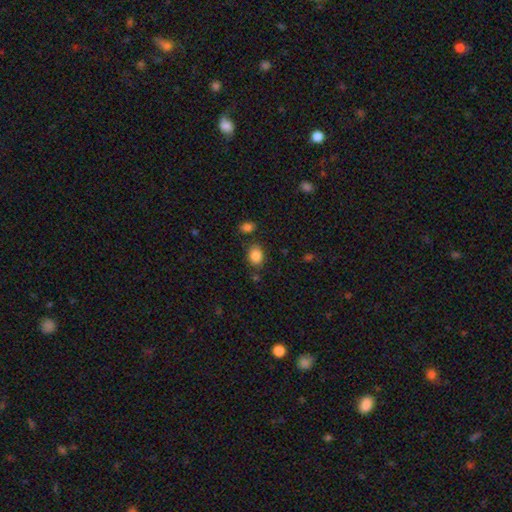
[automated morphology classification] A smooth galaxy with no disk features (86%) that is in between round and cigar-shaped (62%). Merging: none (78%).